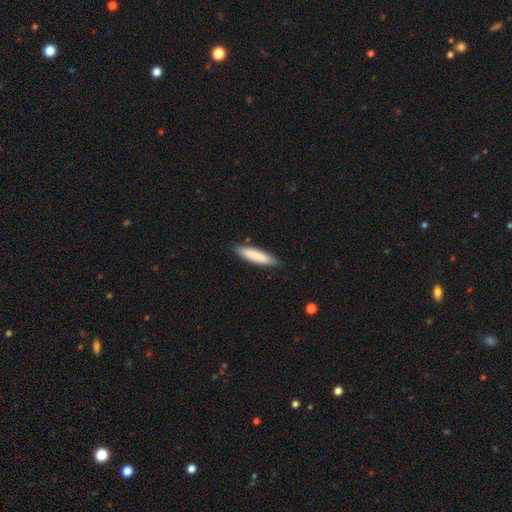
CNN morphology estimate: This appears to be a smooth galaxy with no disk features (85%) that is cigar-shaped (72%). Merging: none (85%).